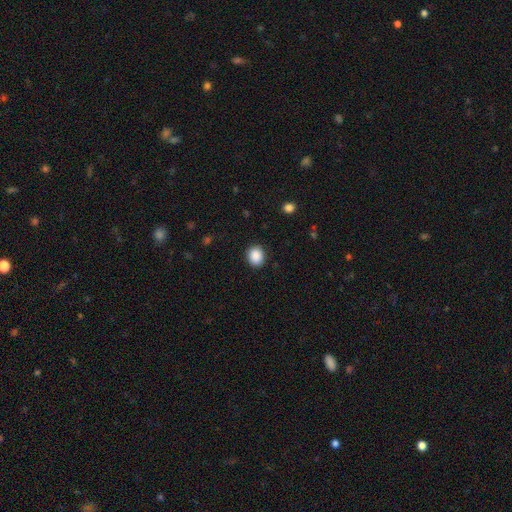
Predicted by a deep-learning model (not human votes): smooth 89%, star or artifact 8%, featured or disk 3%. Down the decision tree: how rounded — round (67%); merging — none (90%).